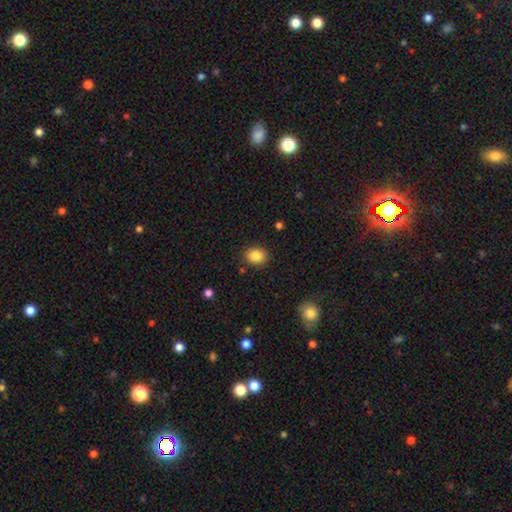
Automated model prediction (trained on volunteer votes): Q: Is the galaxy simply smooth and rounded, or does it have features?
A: smooth — 86%.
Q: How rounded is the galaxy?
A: in between — 51%.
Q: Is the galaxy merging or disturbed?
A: none — 87%.